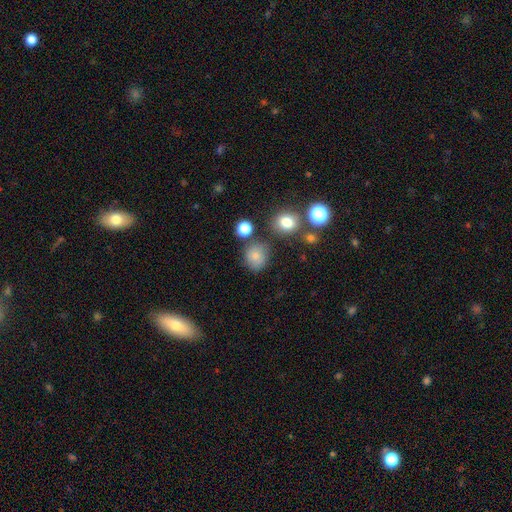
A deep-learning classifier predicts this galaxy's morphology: The model was most divided on "how rounded": round: 76%, in between: 23%, cigar-shaped: 1%. More confident: smooth or featured — smooth (77%); merging — none (71%).